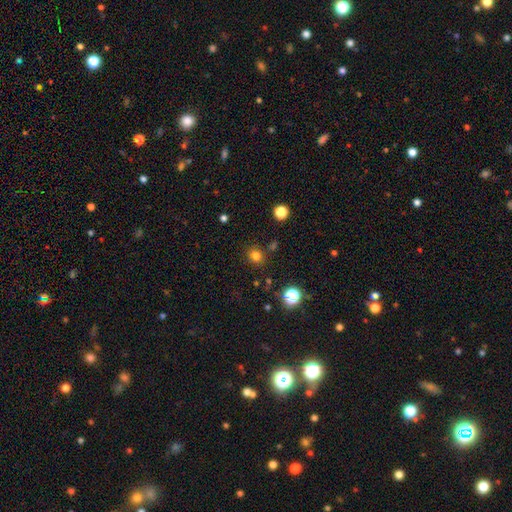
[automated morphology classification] smooth_or_featured: smooth (p=0.78) [alt: star or artifact p=0.17]
how_rounded: round (p=0.82) [alt: in between p=0.17]
merging: none (p=0.84) [alt: minor disturbance p=0.09]